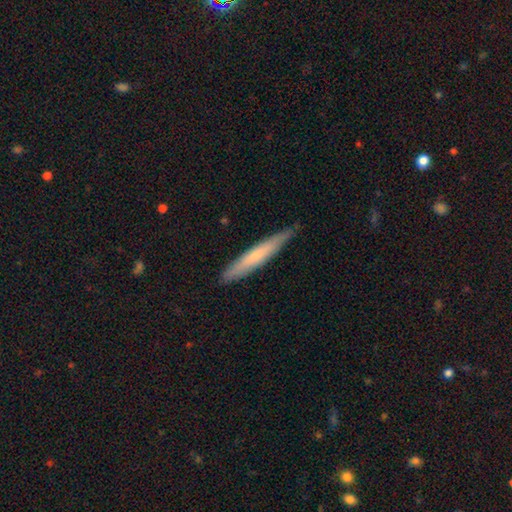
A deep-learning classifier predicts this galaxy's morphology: A smooth galaxy with no disk features (60%) that is cigar-shaped (94%).

Vote fractions:
- Smooth or featured? smooth: 60% / featured or disk: 34% / star or artifact: 5%
- How rounded? cigar-shaped: 94% / in between: 5% / round: 1%
- Merging? none: 85% / minor disturbance: 12% / major disturbance: 2% / merger: 1%